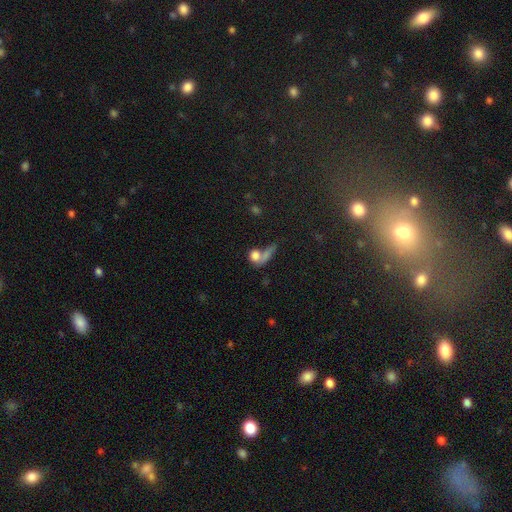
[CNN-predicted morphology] Smooth or featured: smooth — 72% (featured or disk — 16%)
How rounded: round — 56% (in between — 36%)
Merging: merger — 43% (none — 30%)